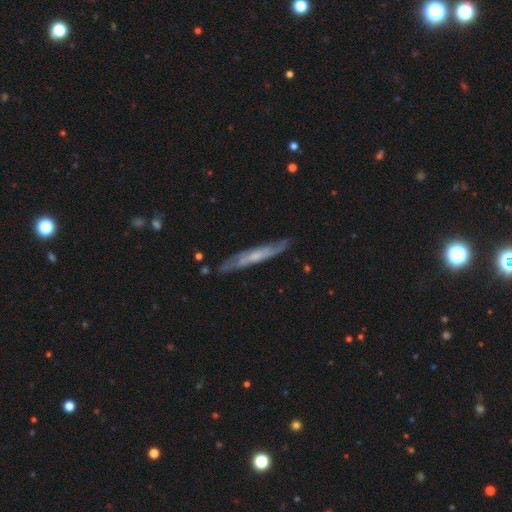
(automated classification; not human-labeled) This appears to be a featured or disk galaxy (62%) viewed edge-on (73%). Merging: none (77%).